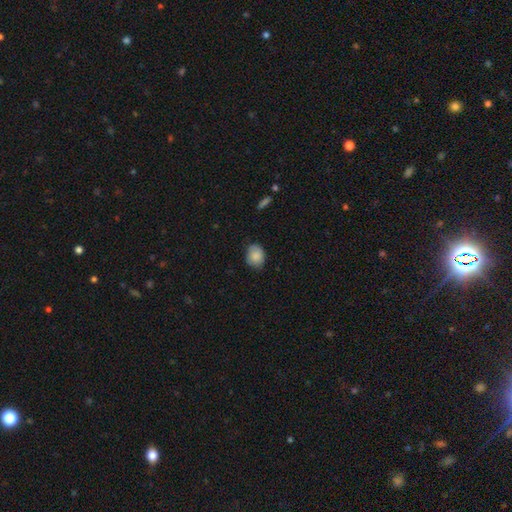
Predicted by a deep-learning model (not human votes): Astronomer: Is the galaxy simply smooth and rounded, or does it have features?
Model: smooth — 85%.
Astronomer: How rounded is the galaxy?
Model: in between — 54% (runner-up: round, 45%).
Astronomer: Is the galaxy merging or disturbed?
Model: none — 76%.